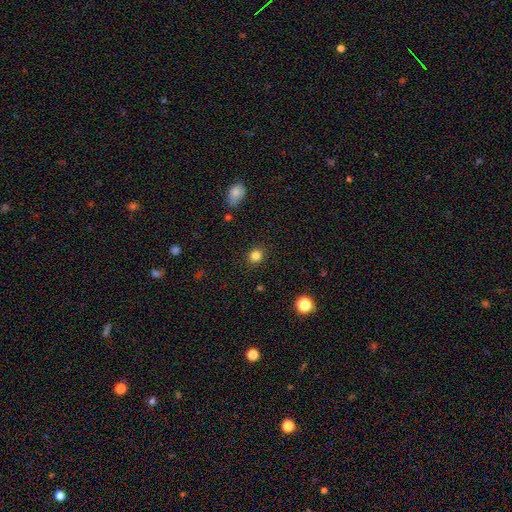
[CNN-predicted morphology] A smooth galaxy with no disk features (83%) that is round (81%).

Vote fractions:
- Smooth or featured? smooth: 83% / star or artifact: 12% / featured or disk: 5%
- How rounded? round: 81% / in between: 19% / cigar-shaped: 1%
- Merging? none: 89% / minor disturbance: 7% / major disturbance: 2% / merger: 1%